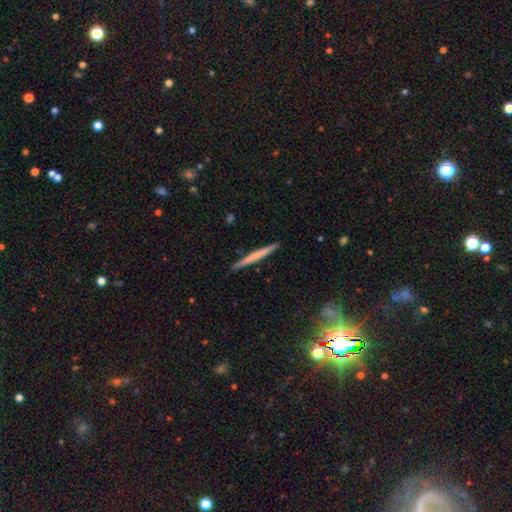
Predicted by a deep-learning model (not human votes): Q: Smooth or featured?
A: smooth (57%); runner-up: featured or disk (38%)
Q: How rounded?
A: cigar-shaped (97%); runner-up: in between (2%)
Q: Merging?
A: none (91%); runner-up: minor disturbance (7%)